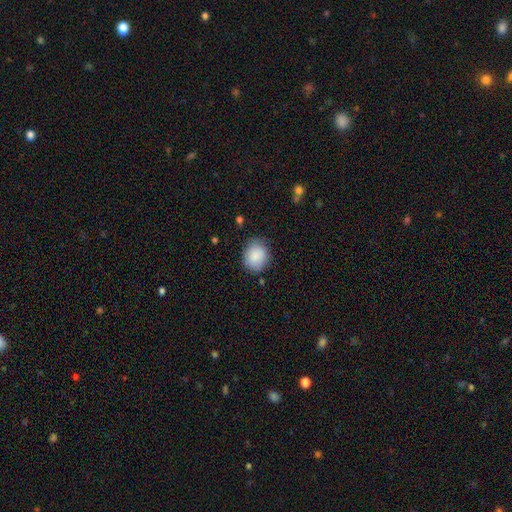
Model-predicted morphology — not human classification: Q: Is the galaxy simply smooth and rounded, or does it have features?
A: smooth — 87%.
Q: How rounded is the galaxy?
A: round — 60%.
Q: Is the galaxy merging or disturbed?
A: none — 76%.